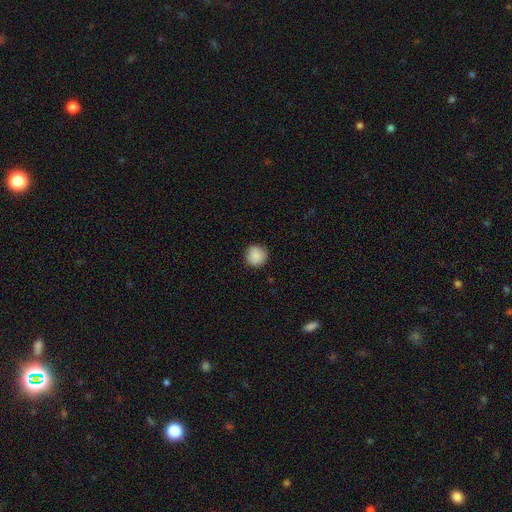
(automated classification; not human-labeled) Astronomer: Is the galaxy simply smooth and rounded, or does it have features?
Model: smooth — 89%.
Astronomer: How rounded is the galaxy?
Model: round — 93%.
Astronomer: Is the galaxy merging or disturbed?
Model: none — 88%.